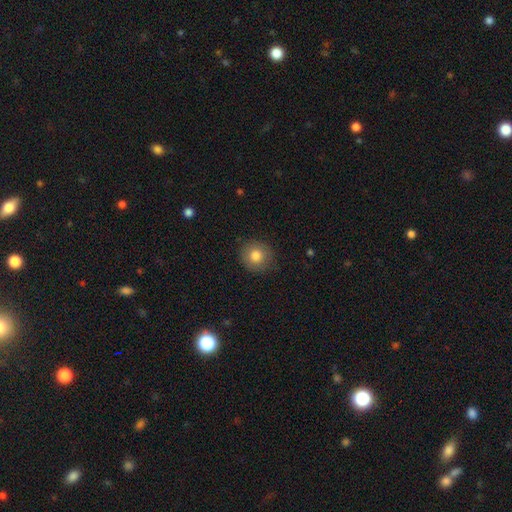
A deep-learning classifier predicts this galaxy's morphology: Q: Smooth or featured?
A: smooth (81%); runner-up: featured or disk (10%)
Q: How rounded?
A: round (91%); runner-up: in between (8%)
Q: Merging?
A: none (87%); runner-up: minor disturbance (9%)